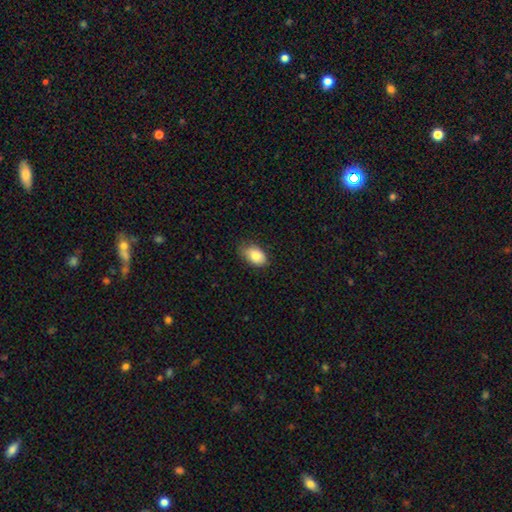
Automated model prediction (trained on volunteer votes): A smooth galaxy with no disk features (83%) that is in between round and cigar-shaped (87%). Merging: none (64%).